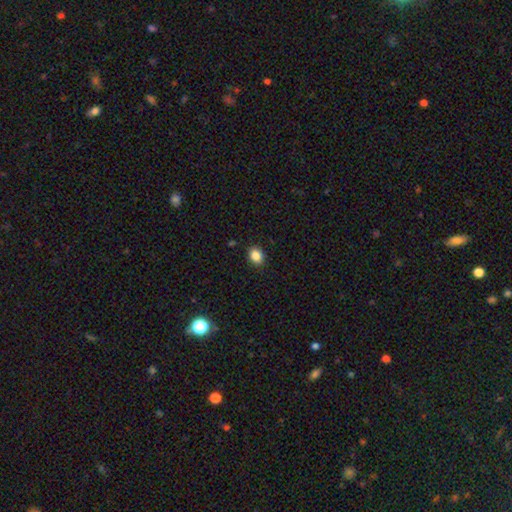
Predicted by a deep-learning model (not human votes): Q: Smooth or featured?
A: smooth (86%); runner-up: star or artifact (10%)
Q: How rounded?
A: in between (51%); runner-up: round (48%)
Q: Merging?
A: none (89%); runner-up: minor disturbance (7%)